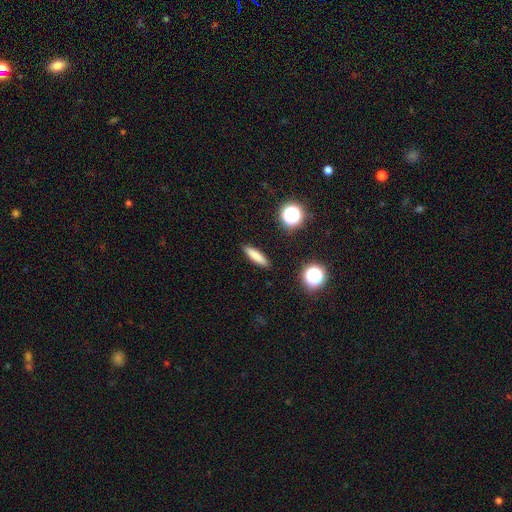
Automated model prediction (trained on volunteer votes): Smooth or featured? smooth (78%)
How rounded? cigar-shaped (74%)
Merging? none (90%)